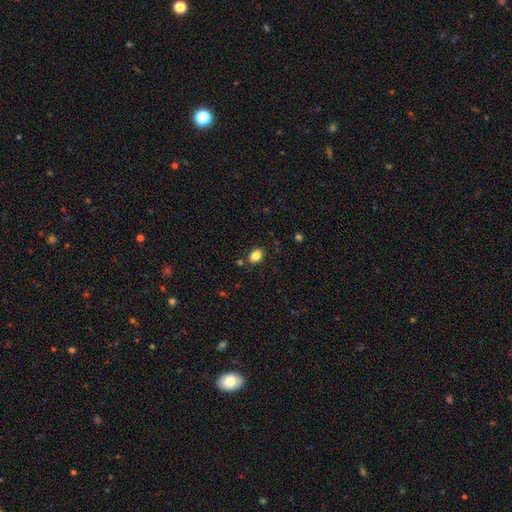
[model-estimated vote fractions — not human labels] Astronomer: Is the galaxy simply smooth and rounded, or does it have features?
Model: smooth — 85%.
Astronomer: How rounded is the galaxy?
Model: in between — 78%.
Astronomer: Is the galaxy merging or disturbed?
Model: none — 83%.